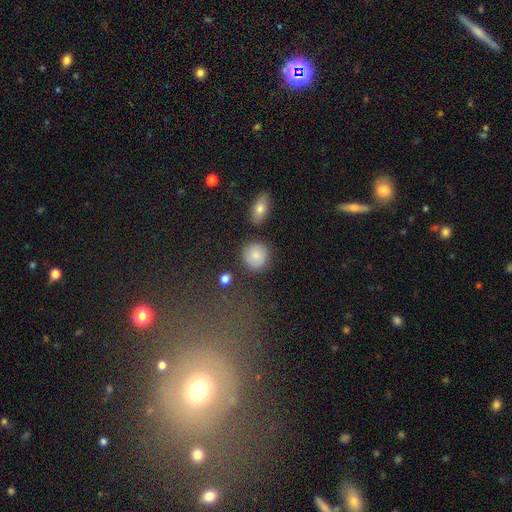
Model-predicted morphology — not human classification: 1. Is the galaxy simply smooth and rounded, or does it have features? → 83% smooth, 10% featured or disk, 8% star or artifact.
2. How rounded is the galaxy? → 88% round, 11% in between, 1% cigar-shaped.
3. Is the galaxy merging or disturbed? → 82% none, 11% minor disturbance, 4% merger, 3% major disturbance.